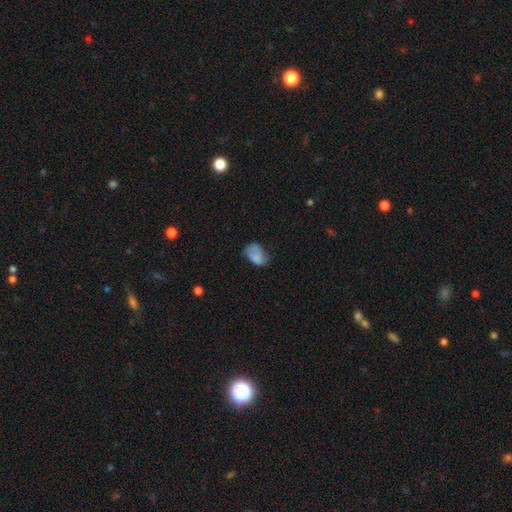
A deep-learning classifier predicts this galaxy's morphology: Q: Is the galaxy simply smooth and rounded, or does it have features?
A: smooth — 72%.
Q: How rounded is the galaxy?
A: in between — 85%.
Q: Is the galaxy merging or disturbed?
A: none — 43%.